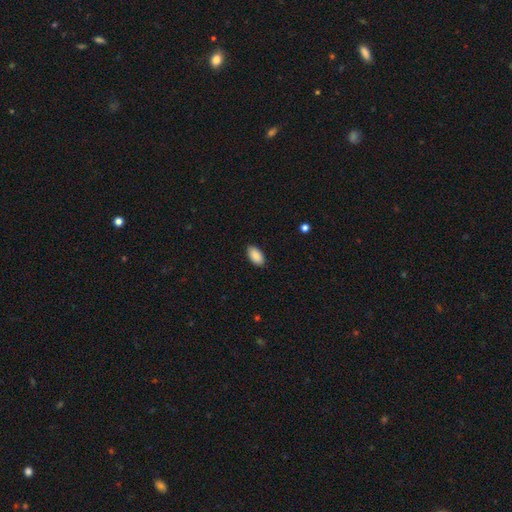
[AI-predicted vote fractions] Smooth or featured?
  - smooth: 90% *
  - star or artifact: 6%
  - featured or disk: 3%
How rounded?
  - in between: 95% *
  - round: 3%
  - cigar-shaped: 2%
Merging?
  - none: 88% *
  - minor disturbance: 9%
  - major disturbance: 2%
  - merger: 1%